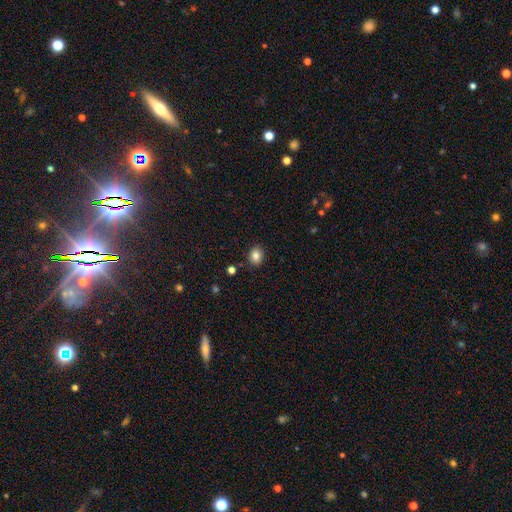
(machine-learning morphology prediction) smooth-or-featured: smooth: 84% | star or artifact: 10% | featured or disk: 6%
  how-rounded: round: 53% | in between: 46% | cigar-shaped: 1%
  merging: none: 88% | minor disturbance: 8% | major disturbance: 2% | merger: 2%